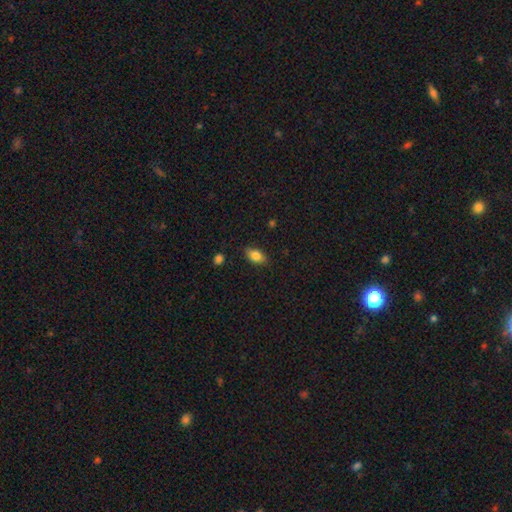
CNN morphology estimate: Smooth or featured?
  - smooth: 81% *
  - featured or disk: 10%
  - star or artifact: 8%
How rounded?
  - in between: 88% *
  - round: 7%
  - cigar-shaped: 5%
Merging?
  - none: 84% *
  - minor disturbance: 12%
  - major disturbance: 3%
  - merger: 2%